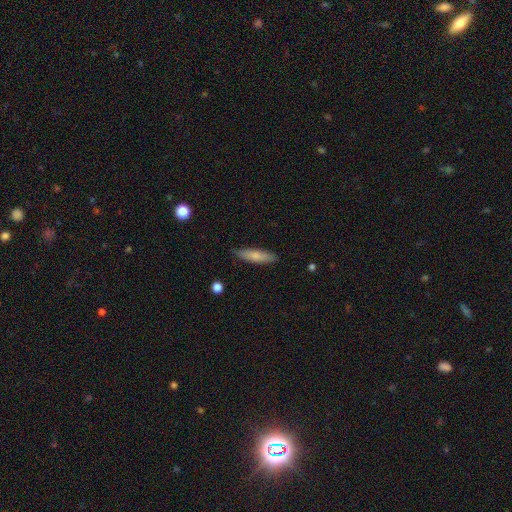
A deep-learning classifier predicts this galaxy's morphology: Smooth or featured? Predicted: smooth (p=0.75). How rounded? Predicted: cigar-shaped (p=0.71). Merging? Predicted: none (p=0.85).